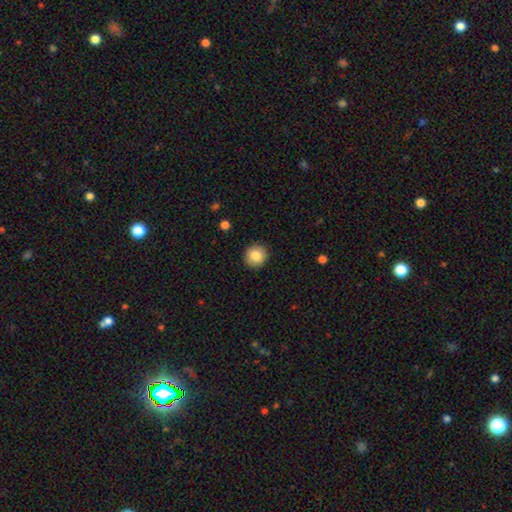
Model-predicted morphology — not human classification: A smooth galaxy with no disk features (85%) that is round (91%). Merging: none (91%).